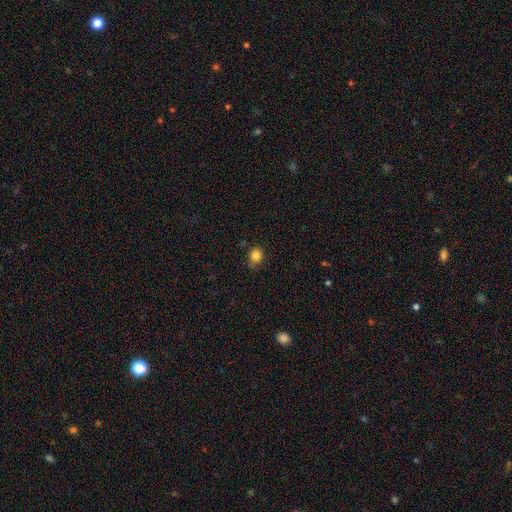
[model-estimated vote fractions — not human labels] Smooth or featured?
  - smooth: 84% *
  - star or artifact: 11%
  - featured or disk: 5%
How rounded?
  - round: 68% *
  - in between: 31%
  - cigar-shaped: 1%
Merging?
  - none: 71% *
  - minor disturbance: 22%
  - major disturbance: 5%
  - merger: 2%